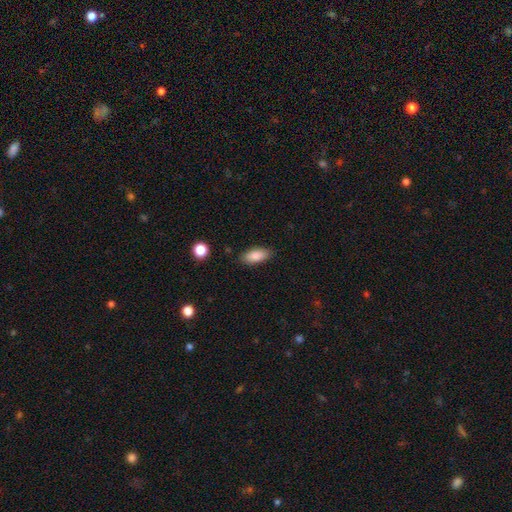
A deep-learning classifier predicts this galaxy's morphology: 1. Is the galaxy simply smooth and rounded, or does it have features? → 85% smooth, 8% featured or disk, 7% star or artifact.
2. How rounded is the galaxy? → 85% in between, 13% cigar-shaped, 3% round.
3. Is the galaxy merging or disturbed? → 84% none, 11% minor disturbance, 2% major disturbance, 2% merger.